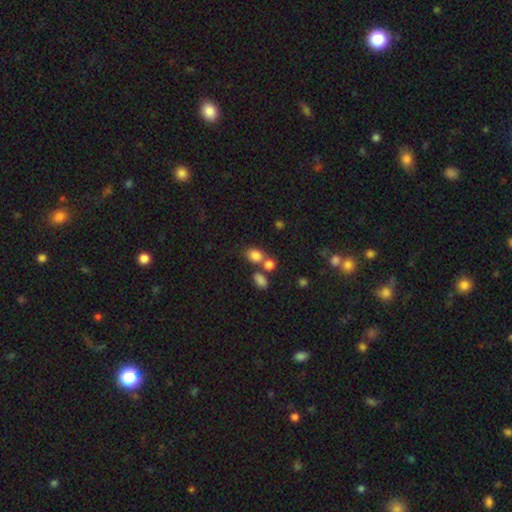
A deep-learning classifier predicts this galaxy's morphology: Overall: smooth (81%). How rounded: in between (53%; round 45%). Merging: none (50%; merger 35%).